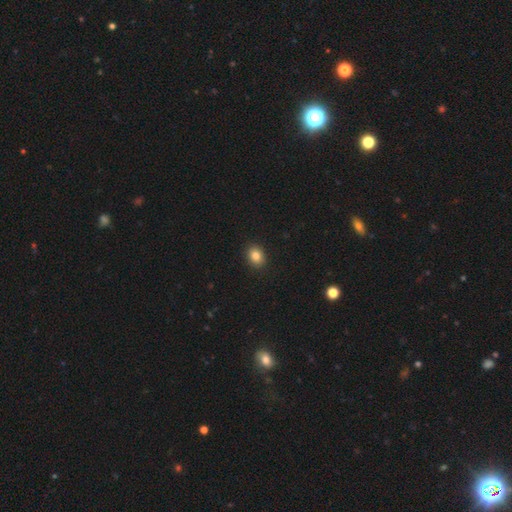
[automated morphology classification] A smooth galaxy with no disk features (85%) that is in between round and cigar-shaped (55%). Merging: none (91%).